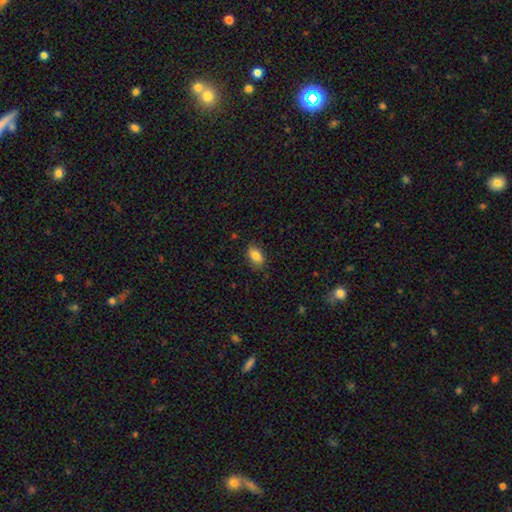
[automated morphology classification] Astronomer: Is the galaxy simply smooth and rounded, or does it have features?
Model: smooth — 84%.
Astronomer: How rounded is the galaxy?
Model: in between — 89%.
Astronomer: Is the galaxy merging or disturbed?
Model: none — 81%.